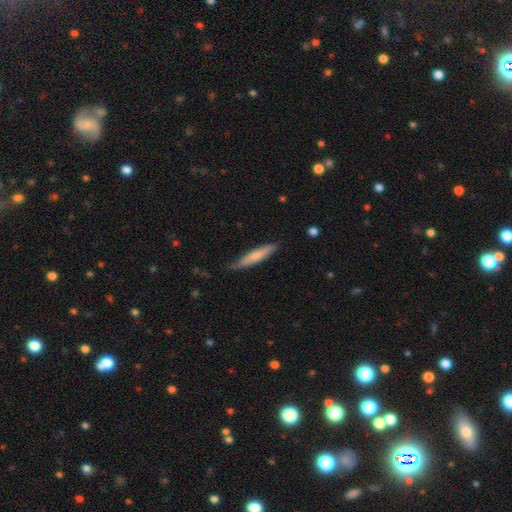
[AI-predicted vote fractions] This appears to be a smooth galaxy with no disk features (71%) that is cigar-shaped (90%). Merging: none (75%).